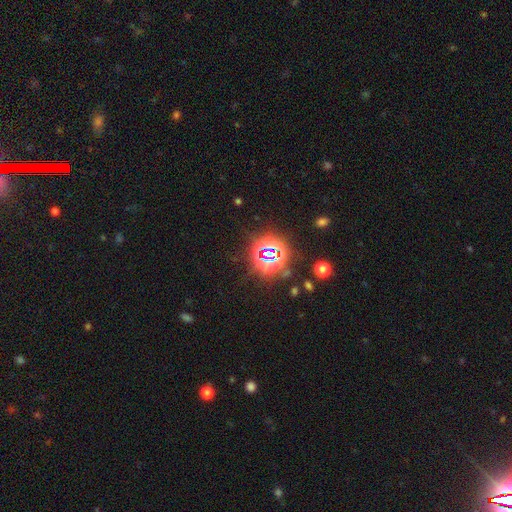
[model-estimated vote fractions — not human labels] The model was most divided on "smooth or featured": star or artifact: 75%, smooth: 19%, featured or disk: 6%.